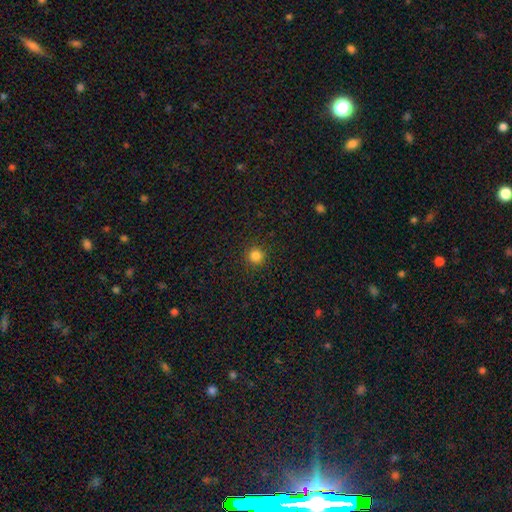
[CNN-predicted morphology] type=smooth (83%); roundness=round (95%); merging=none (92%).